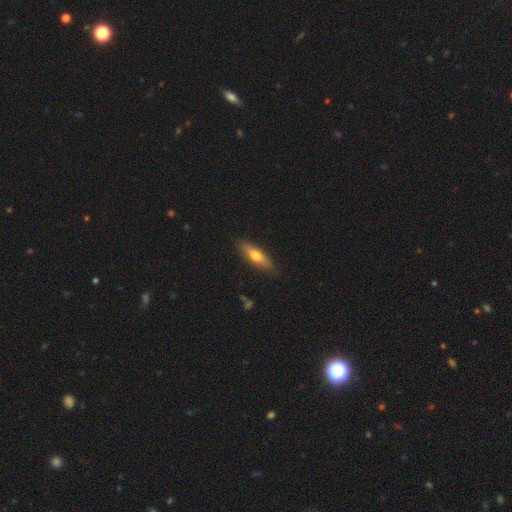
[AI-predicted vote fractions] This is likely a smooth galaxy (65%). How rounded: possibly cigar-shaped (50%). Merging: clearly none (85%).